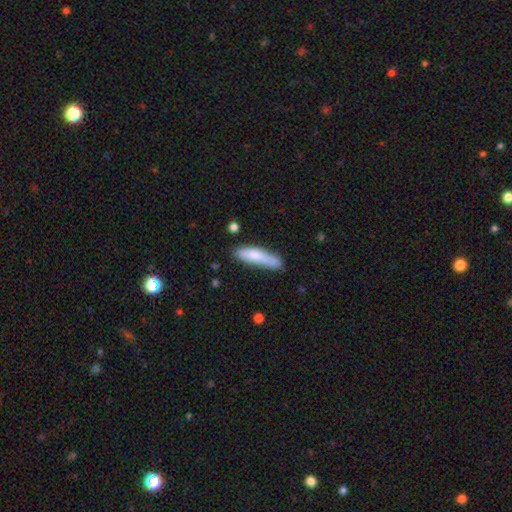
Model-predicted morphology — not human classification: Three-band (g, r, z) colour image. It shows a smooth galaxy with no disk features (76%) that is cigar-shaped (79%). Merging: none (63%).